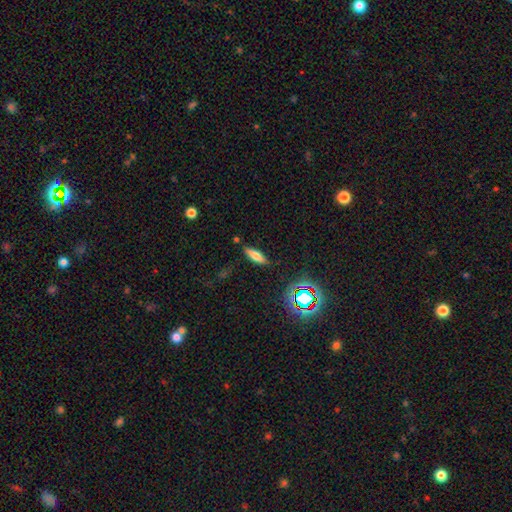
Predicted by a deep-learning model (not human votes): Smooth or featured?
  - smooth: 68% *
  - featured or disk: 19%
  - star or artifact: 12%
How rounded?
  - in between: 49% *
  - cigar-shaped: 48%
  - round: 3%
Merging?
  - none: 82% *
  - minor disturbance: 12%
  - major disturbance: 3%
  - merger: 2%